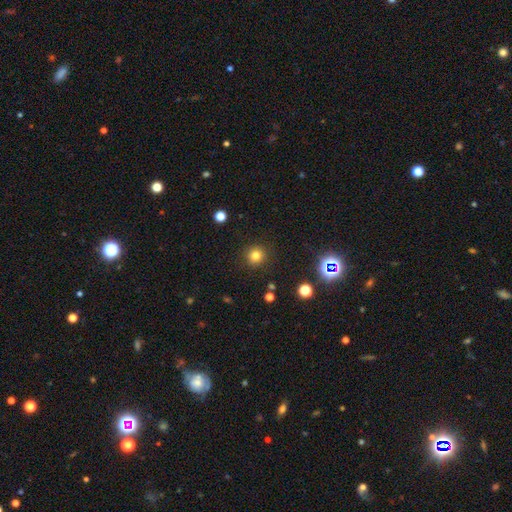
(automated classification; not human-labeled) Smooth or featured: smooth — 78% (star or artifact — 16%)
How rounded: round — 93% (in between — 6%)
Merging: none — 91% (minor disturbance — 6%)